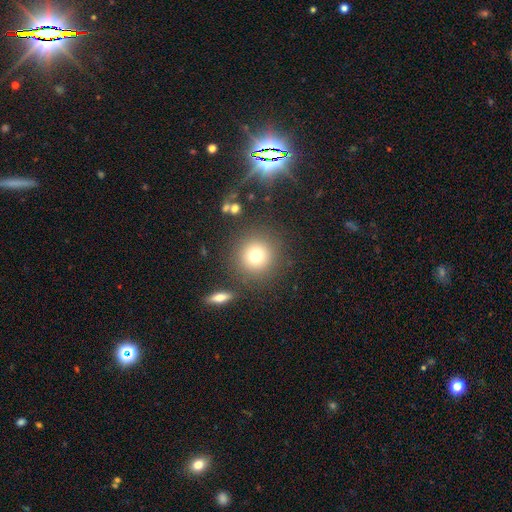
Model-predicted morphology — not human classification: A smooth galaxy with no disk features (77%) that is round (93%).

Vote fractions:
- Smooth or featured? smooth: 77% / star or artifact: 13% / featured or disk: 10%
- How rounded? round: 93% / in between: 6% / cigar-shaped: 1%
- Merging? none: 84% / minor disturbance: 8% / merger: 5% / major disturbance: 4%